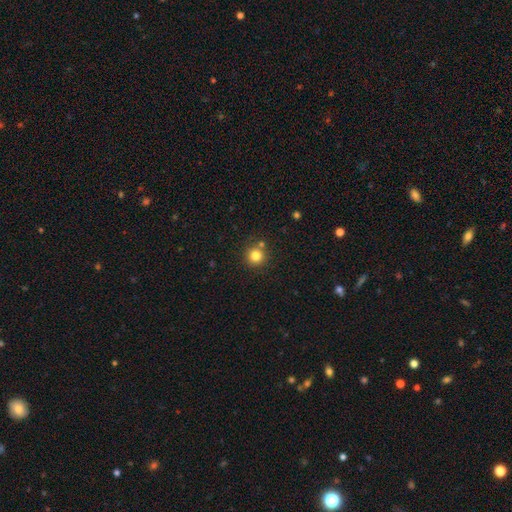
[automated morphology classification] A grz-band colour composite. It shows a smooth galaxy with no disk features (82%) that is round (94%). Merging: none (82%).